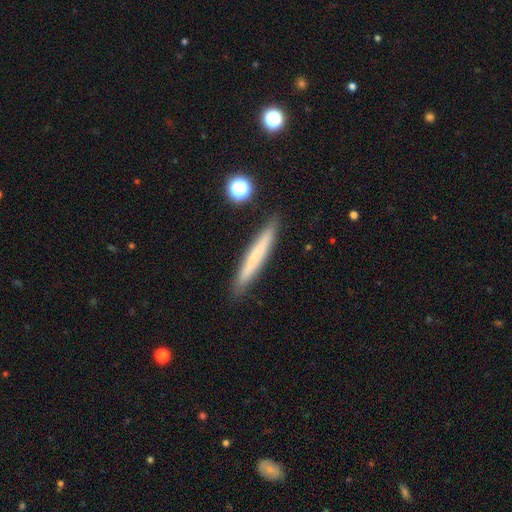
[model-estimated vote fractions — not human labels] This appears to be a smooth galaxy with no disk features (64%) that is cigar-shaped (96%). Merging: none (89%).